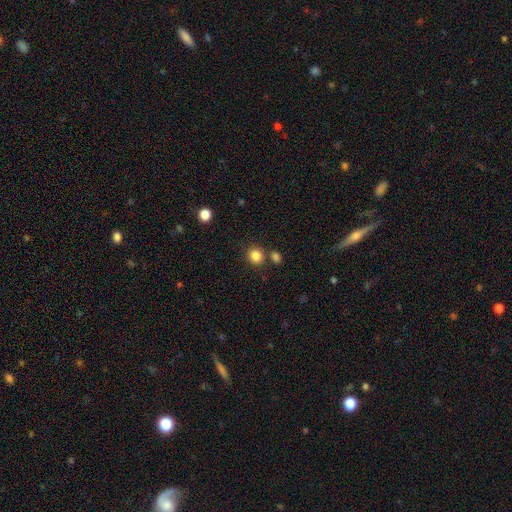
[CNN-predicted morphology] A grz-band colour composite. It shows a smooth galaxy with no disk features (84%) that is round (85%). Merging: none (77%).